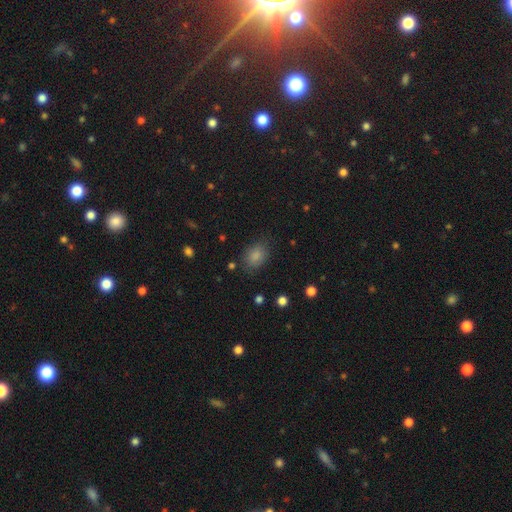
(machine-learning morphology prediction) Q: Smooth or featured?
A: smooth (84%); runner-up: star or artifact (10%)
Q: How rounded?
A: in between (75%); runner-up: round (24%)
Q: Merging?
A: none (78%); runner-up: minor disturbance (16%)